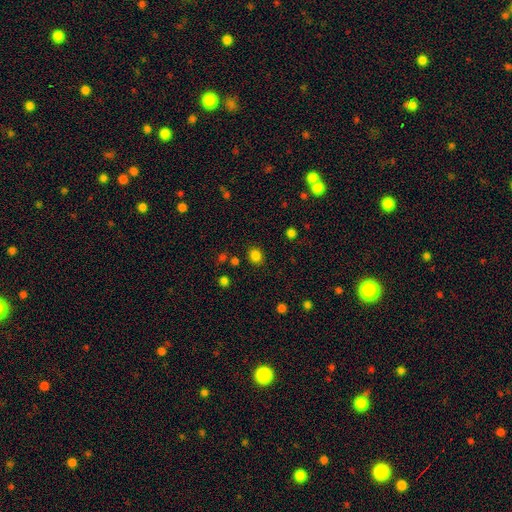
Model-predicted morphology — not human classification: Q: Smooth or featured?
A: smooth (82%); runner-up: star or artifact (14%)
Q: How rounded?
A: round (71%); runner-up: in between (28%)
Q: Merging?
A: none (87%); runner-up: minor disturbance (8%)